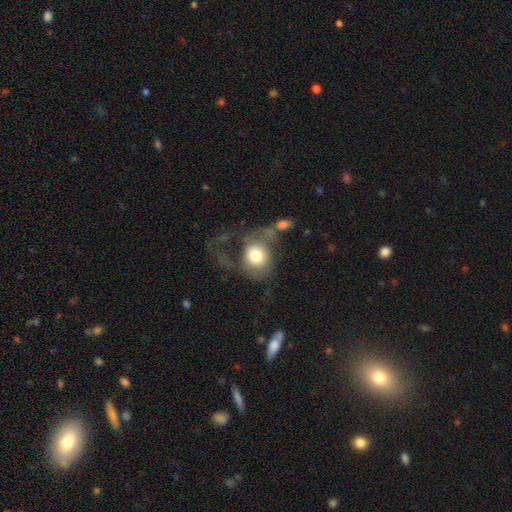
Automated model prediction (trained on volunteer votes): smooth 67%, featured or disk 25%, star or artifact 8%. Down the decision tree: how rounded — round (66%); merging — major disturbance (47%).